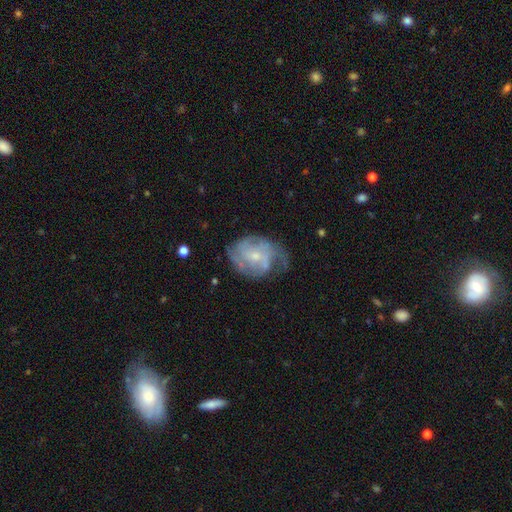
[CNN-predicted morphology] The model was most divided on "spiral winding": tight: 44%, medium: 38%, loose: 18%. Remaining: edge-on disk — no (97%); spiral arms — yes (83%); smooth or featured — featured or disk (74%); bulge size — small (66%); bar — no (66%); merging — none (50%); spiral arm count — can't tell (43%).